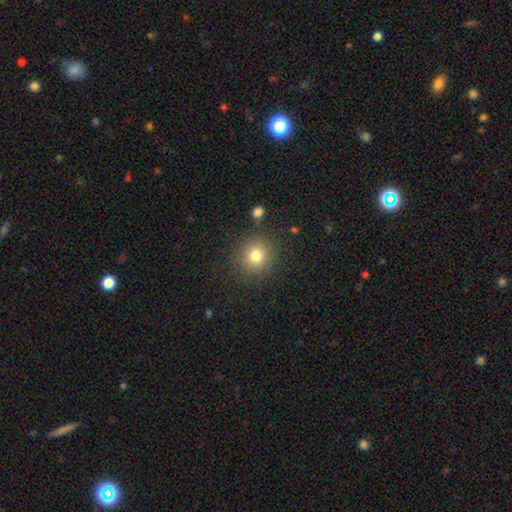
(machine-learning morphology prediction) Smooth or featured? smooth (78%)
How rounded? round (89%)
Merging? none (86%)